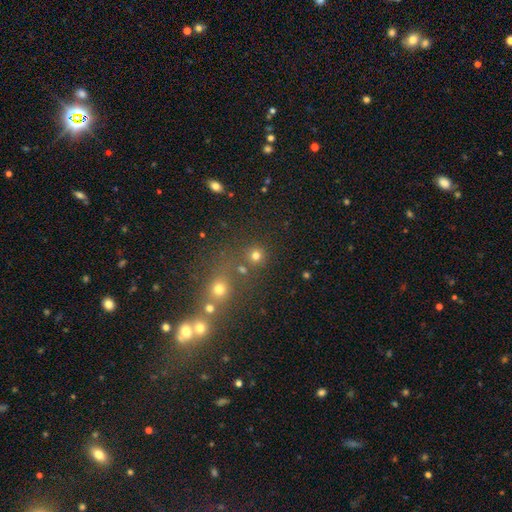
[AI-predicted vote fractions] Q: Smooth or featured?
A: smooth (74%); runner-up: star or artifact (19%)
Q: How rounded?
A: round (92%); runner-up: in between (7%)
Q: Merging?
A: none (77%); runner-up: merger (13%)